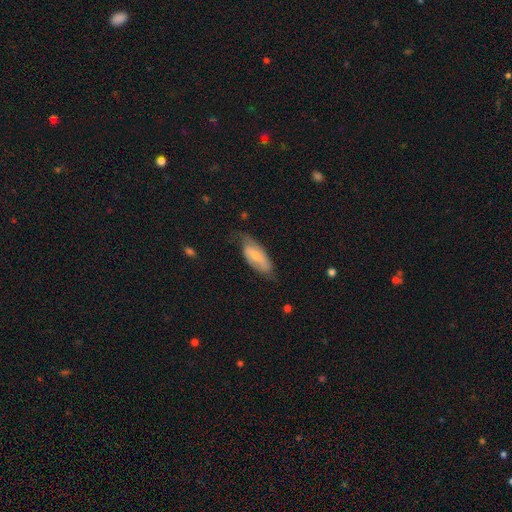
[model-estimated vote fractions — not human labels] Overall: featured or disk (48%; smooth 46%). Merging: none (57%; minor disturbance 31%).